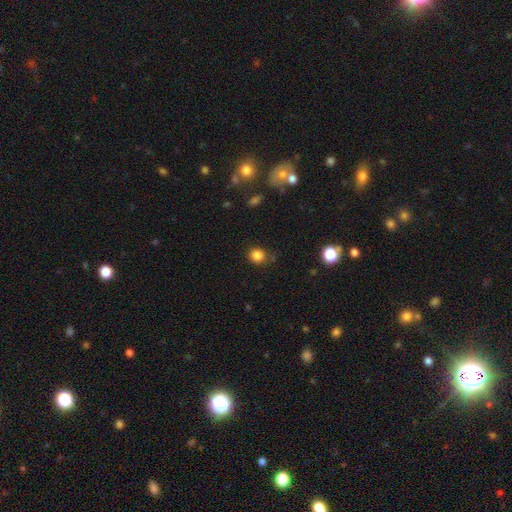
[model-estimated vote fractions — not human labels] Q: Smooth or featured?
A: smooth (83%); runner-up: star or artifact (12%)
Q: How rounded?
A: round (78%); runner-up: in between (21%)
Q: Merging?
A: none (81%); runner-up: minor disturbance (13%)